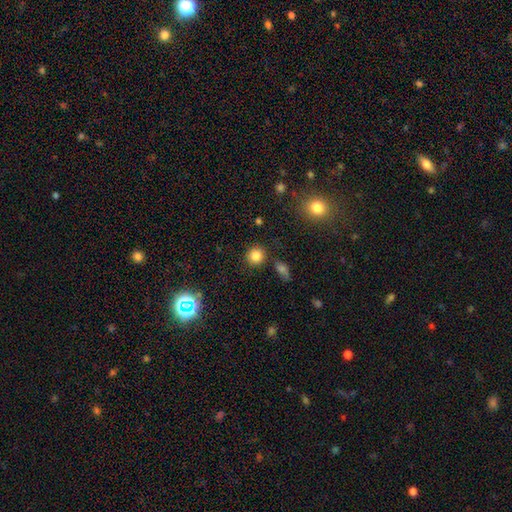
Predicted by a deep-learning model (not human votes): Smooth or featured: smooth — 81% (star or artifact — 13%)
How rounded: round — 90% (in between — 9%)
Merging: none — 86% (minor disturbance — 7%)